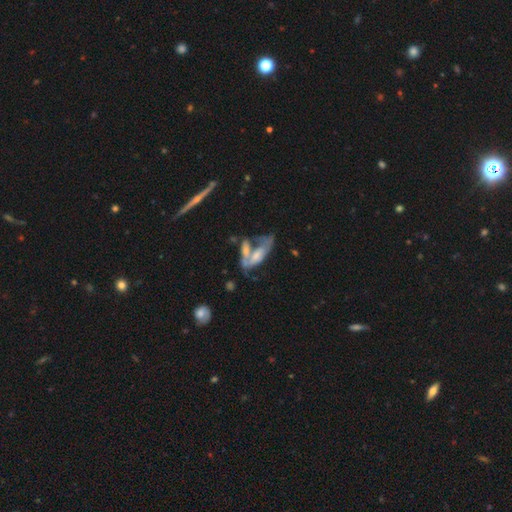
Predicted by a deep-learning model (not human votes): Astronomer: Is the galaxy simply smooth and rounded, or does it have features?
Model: featured or disk — 51% (runner-up: smooth, 40%).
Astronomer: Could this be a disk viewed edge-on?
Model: no — 82%.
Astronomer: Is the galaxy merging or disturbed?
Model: merger — 49%.